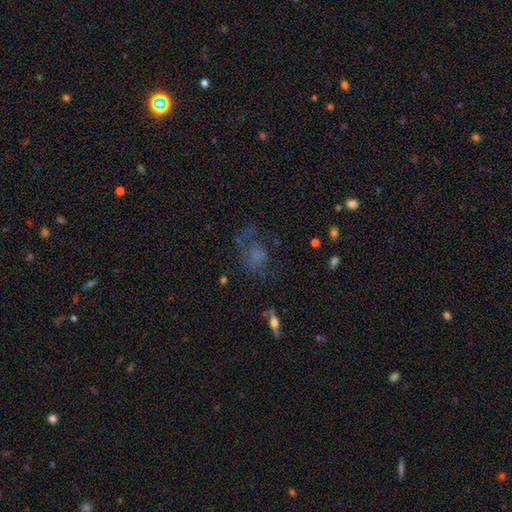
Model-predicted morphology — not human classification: Smooth or featured: smooth — 42% (featured or disk — 34%)
Merging: none — 43% (major disturbance — 33%)